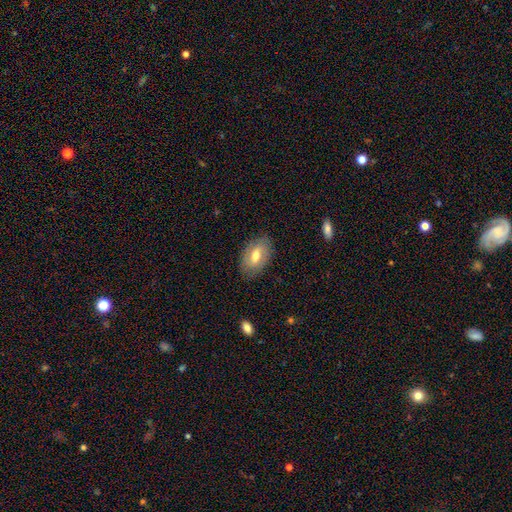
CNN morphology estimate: A featured or disk galaxy (47%). Merging: none (82%).